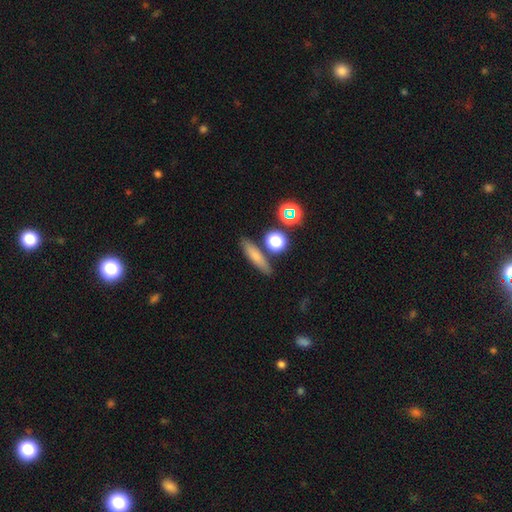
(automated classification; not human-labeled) Smooth or featured? smooth (70%)
How rounded? cigar-shaped (65%)
Merging? none (79%)